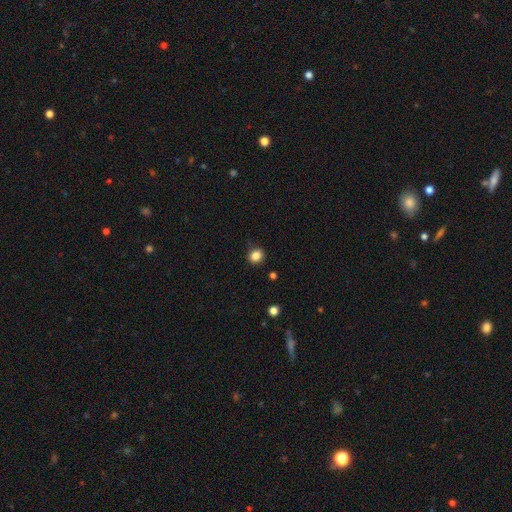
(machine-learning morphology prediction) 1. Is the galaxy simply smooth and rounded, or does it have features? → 84% smooth, 12% star or artifact, 5% featured or disk.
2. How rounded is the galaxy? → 79% round, 20% in between, 1% cigar-shaped.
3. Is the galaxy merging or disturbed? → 84% none, 12% minor disturbance, 3% major disturbance, 2% merger.